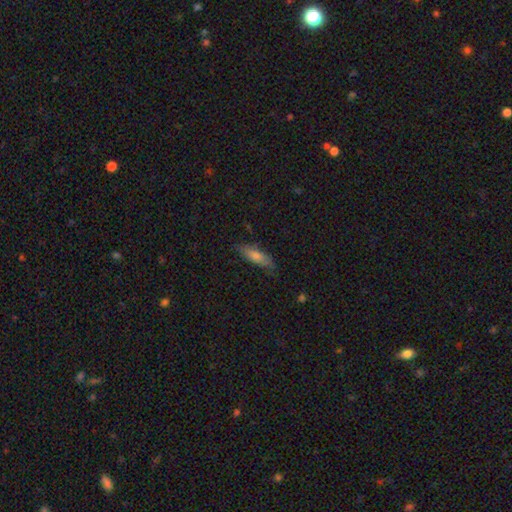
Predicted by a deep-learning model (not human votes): Q: Smooth or featured?
A: smooth (67%); runner-up: featured or disk (25%)
Q: How rounded?
A: cigar-shaped (53%); runner-up: in between (45%)
Q: Merging?
A: none (75%); runner-up: minor disturbance (20%)